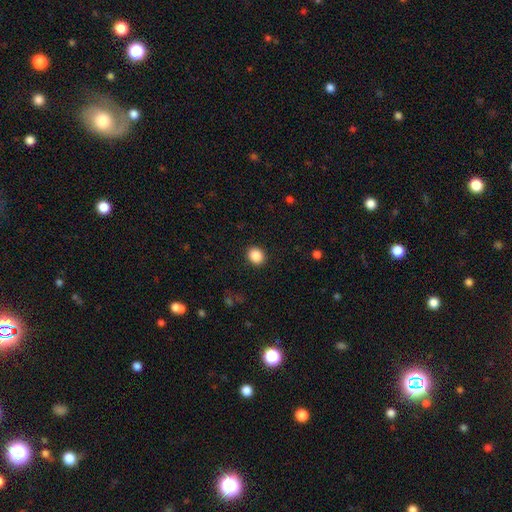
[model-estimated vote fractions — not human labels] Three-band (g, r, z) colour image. It shows a smooth galaxy with no disk features (87%) that is round (66%). Merging: none (91%).